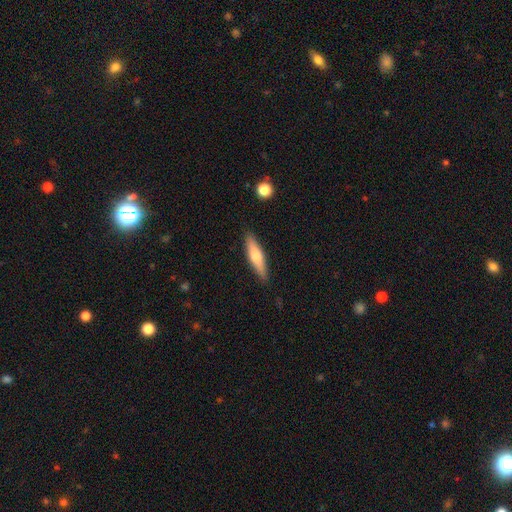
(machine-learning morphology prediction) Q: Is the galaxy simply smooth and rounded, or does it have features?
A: smooth — 56%.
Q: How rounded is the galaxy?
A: cigar-shaped — 77%.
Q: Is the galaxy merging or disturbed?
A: none — 89%.